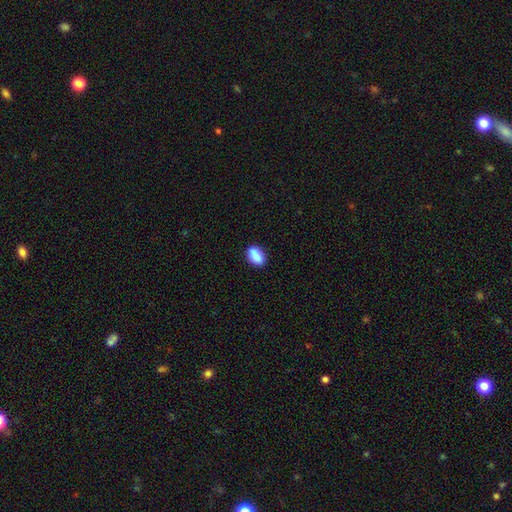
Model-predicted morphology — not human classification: This appears to be a smooth galaxy with no disk features (84%) that is in between round and cigar-shaped (84%). Merging: none (76%).